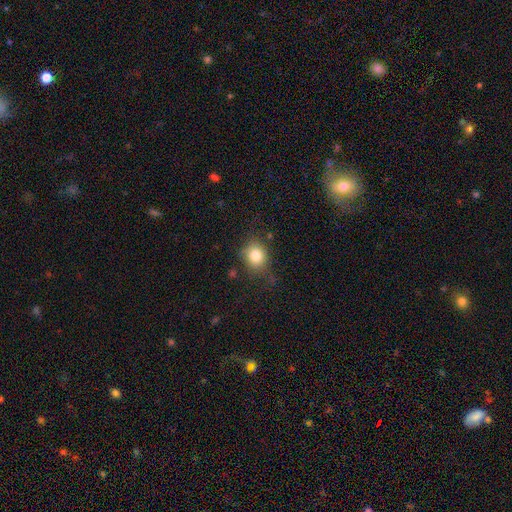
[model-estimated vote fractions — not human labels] This appears to be a smooth galaxy with no disk features (81%) that is round (70%). Merging: none (73%).